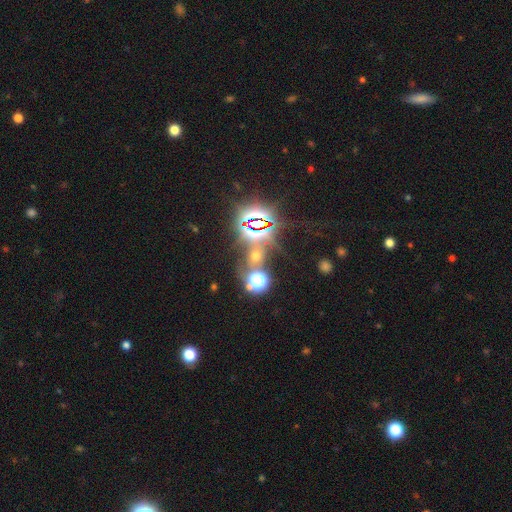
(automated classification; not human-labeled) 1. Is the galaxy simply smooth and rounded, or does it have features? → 71% star or artifact, 19% smooth, 9% featured or disk.